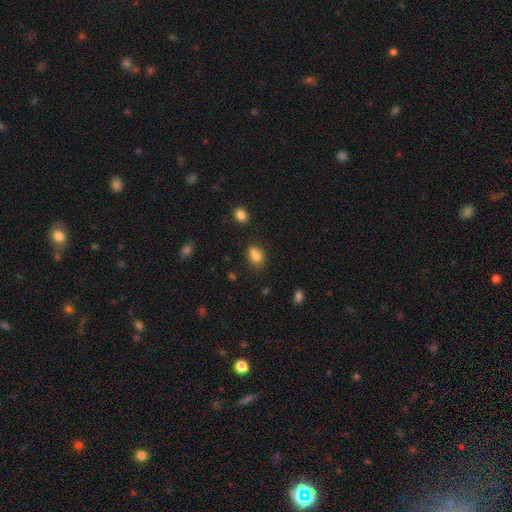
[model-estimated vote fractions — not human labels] Overall: smooth (81%). How rounded: in between (67%; round 31%). Merging: none (66%).